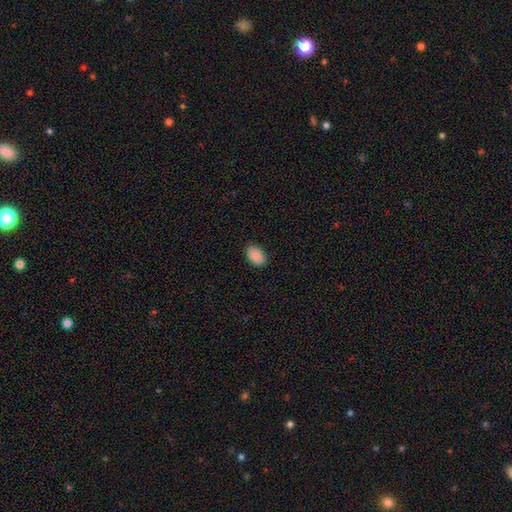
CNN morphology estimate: This is clearly a smooth galaxy (89%). How rounded: clearly in between (88%). Merging: clearly none (88%).